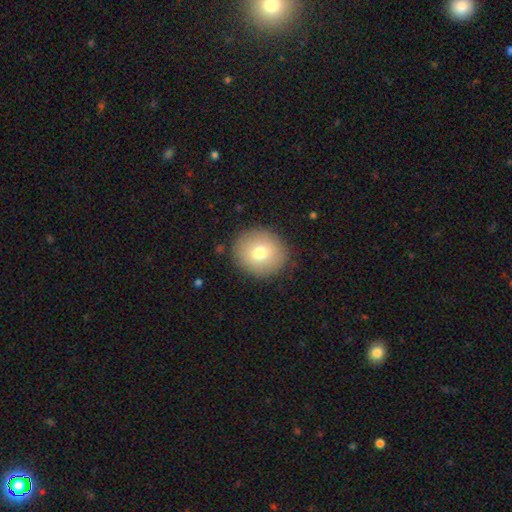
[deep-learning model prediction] A smooth galaxy with no disk features (63%) that is round (88%). Merging: none (90%).